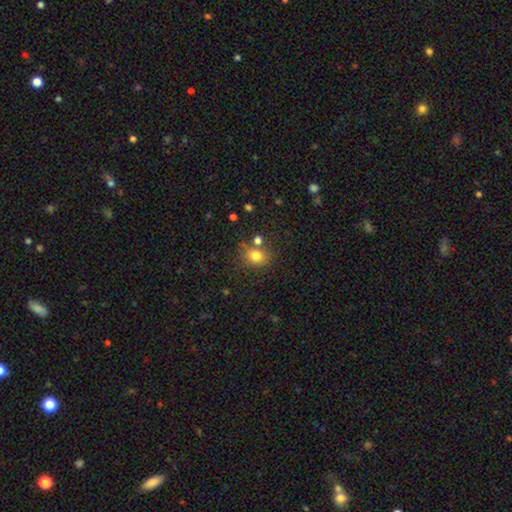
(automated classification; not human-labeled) A smooth galaxy with no disk features (78%) that is round (65%). Merging: none (65%).